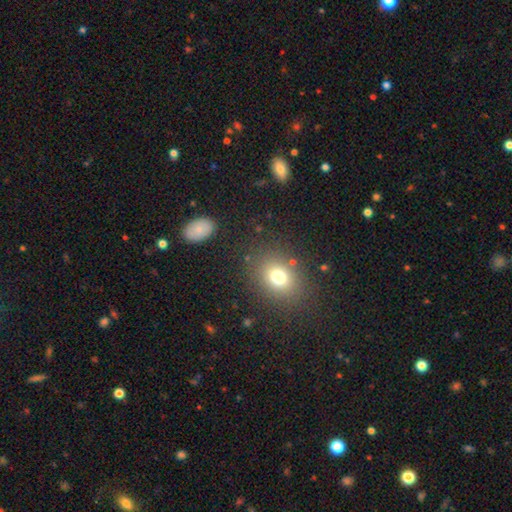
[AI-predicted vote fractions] Smooth or featured? smooth (64%)
How rounded? in between (53%)
Merging? none (87%)